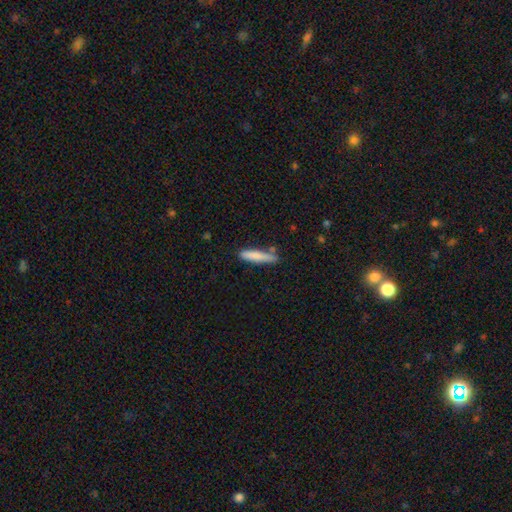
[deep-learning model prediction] The model was most divided on "merging": none: 74%, minor disturbance: 17%, merger: 5%, major disturbance: 3%. More confident: how rounded — cigar-shaped (89%); smooth or featured — smooth (81%).